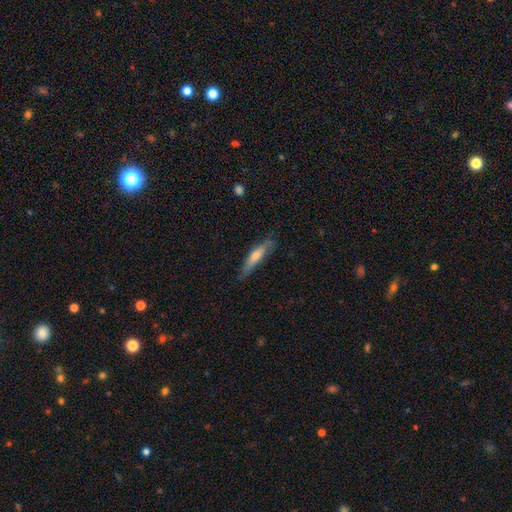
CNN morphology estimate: Smooth or featured?
  - smooth: 55% *
  - featured or disk: 39%
  - star or artifact: 6%
How rounded?
  - cigar-shaped: 84% *
  - in between: 15%
  - round: 2%
Merging?
  - none: 73% *
  - minor disturbance: 21%
  - major disturbance: 4%
  - merger: 2%